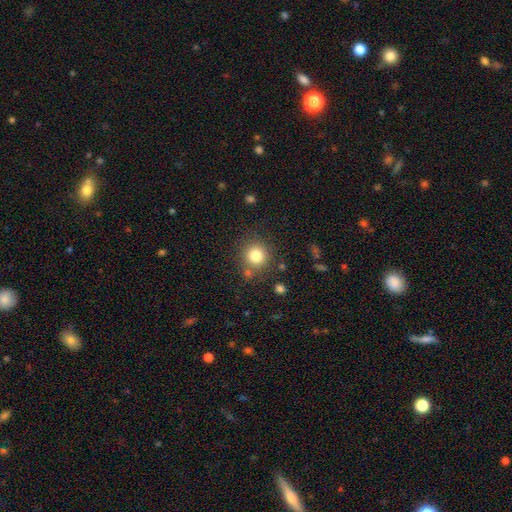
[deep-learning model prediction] smooth_or_featured: smooth (p=0.81) [alt: star or artifact p=0.12]
how_rounded: round (p=0.92) [alt: in between p=0.07]
merging: none (p=0.81) [alt: minor disturbance p=0.09]